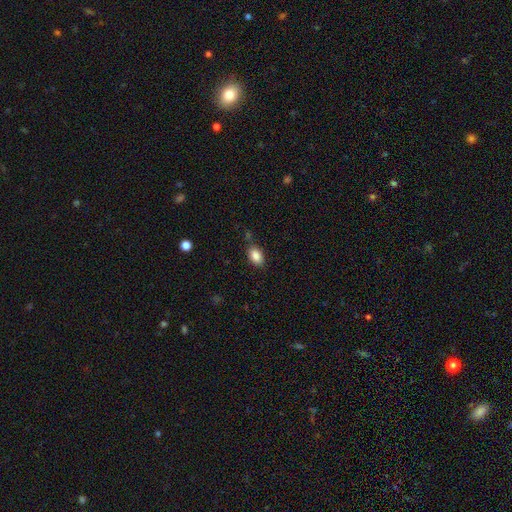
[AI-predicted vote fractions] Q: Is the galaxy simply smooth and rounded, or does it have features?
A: smooth — 87%.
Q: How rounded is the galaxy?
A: in between — 87%.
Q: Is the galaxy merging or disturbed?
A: none — 79%.